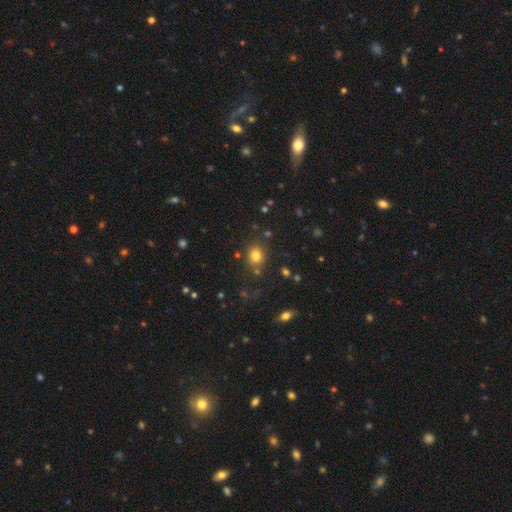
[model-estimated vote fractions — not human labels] smooth 80%, star or artifact 14%, featured or disk 7%. Down the decision tree: how rounded — round (66%); merging — none (79%).